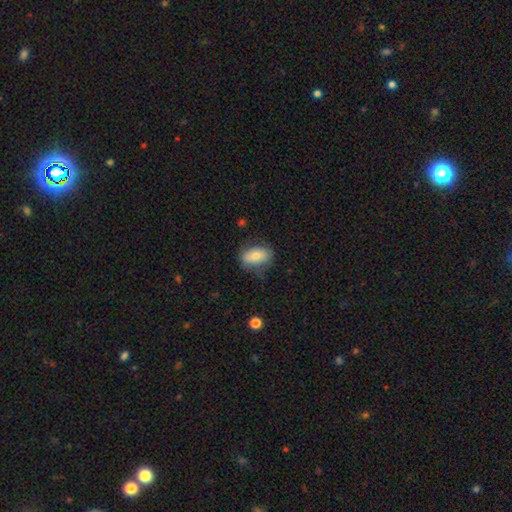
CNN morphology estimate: smooth-or-featured: smooth: 72% | featured or disk: 21% | star or artifact: 8%
  how-rounded: in between: 87% | round: 11% | cigar-shaped: 2%
  merging: none: 64% | minor disturbance: 25% | major disturbance: 9% | merger: 2%